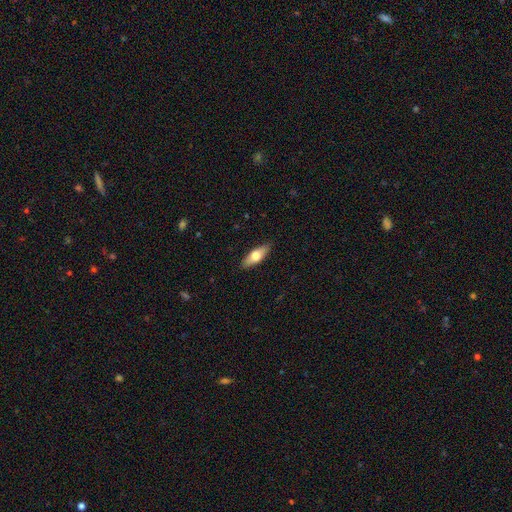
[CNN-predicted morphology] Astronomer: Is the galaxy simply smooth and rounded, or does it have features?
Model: smooth — 60%.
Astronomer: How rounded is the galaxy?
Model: in between — 64%.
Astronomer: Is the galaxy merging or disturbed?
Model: none — 88%.